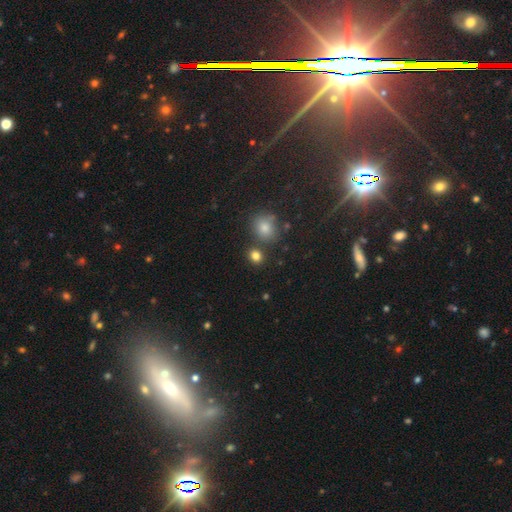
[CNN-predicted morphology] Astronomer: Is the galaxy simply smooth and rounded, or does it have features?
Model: smooth — 81%.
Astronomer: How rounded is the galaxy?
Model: round — 69%.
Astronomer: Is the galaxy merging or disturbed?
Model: none — 76%.